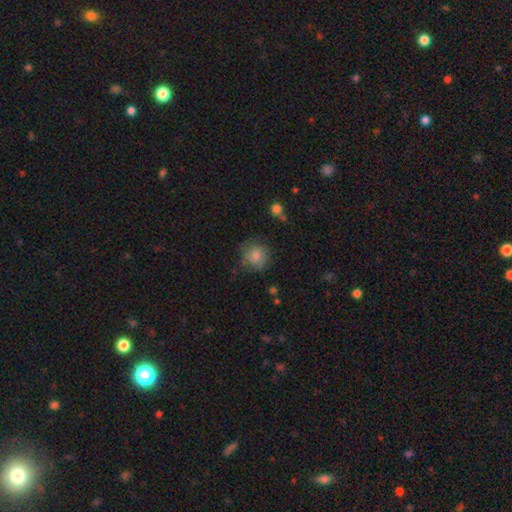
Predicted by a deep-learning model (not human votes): Smooth or featured: smooth — 78% (featured or disk — 13%)
How rounded: round — 89% (in between — 10%)
Merging: none — 69% (minor disturbance — 21%)